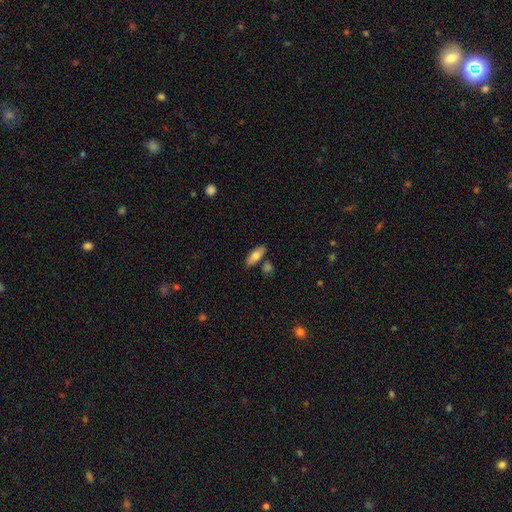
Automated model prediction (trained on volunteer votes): smooth-or-featured: smooth: 74% | featured or disk: 19% | star or artifact: 7%
  how-rounded: in between: 76% | cigar-shaped: 21% | round: 3%
  merging: none: 75% | minor disturbance: 13% | merger: 9% | major disturbance: 3%